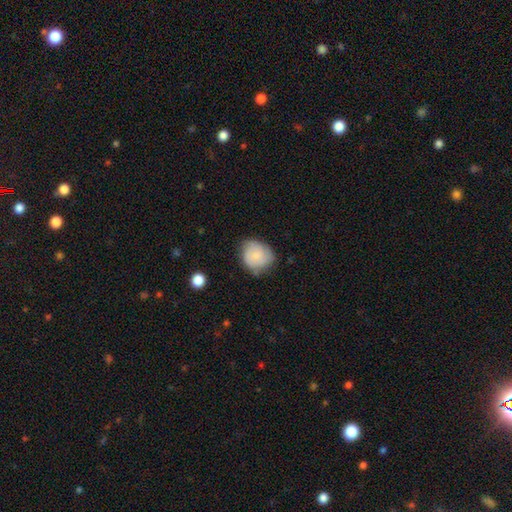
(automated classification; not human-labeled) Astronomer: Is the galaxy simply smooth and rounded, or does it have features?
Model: smooth — 69%.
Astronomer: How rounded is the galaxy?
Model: round — 70%.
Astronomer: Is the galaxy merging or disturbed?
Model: none — 61%.